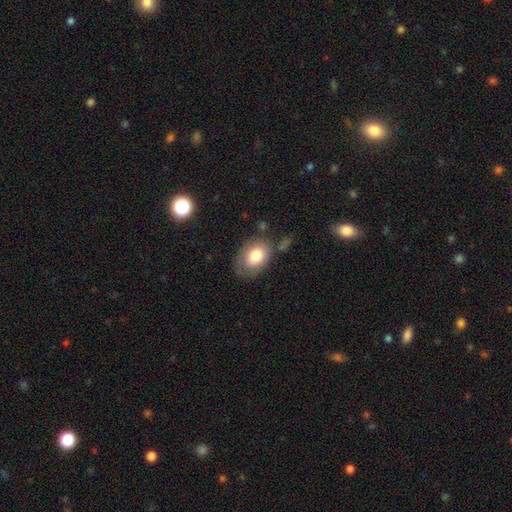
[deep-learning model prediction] Smooth or featured: smooth — 80% (featured or disk — 13%)
How rounded: in between — 83% (round — 16%)
Merging: none — 68% (minor disturbance — 20%)